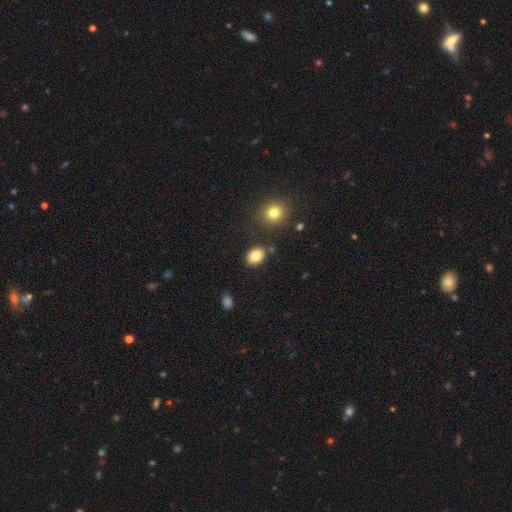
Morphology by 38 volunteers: A smooth galaxy with no disk features (89%) that is in between round and cigar-shaped (85%).

Vote fractions:
- Smooth or featured? smooth: 89% / featured or disk: 11% / star or artifact: 0%
- How rounded? in between: 85% / round: 12% / cigar-shaped: 3%
- Merging? none: 82% / minor disturbance: 11% / merger: 5% / major disturbance: 3%